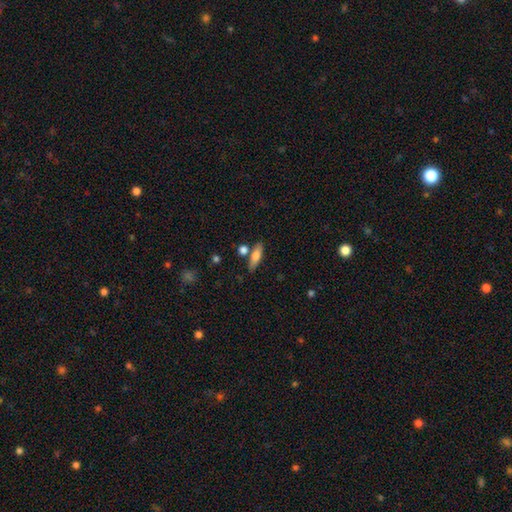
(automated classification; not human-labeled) Smooth or featured: smooth — 71% (featured or disk — 22%)
How rounded: cigar-shaped — 50% (in between — 45%)
Merging: none — 72% (merger — 13%)